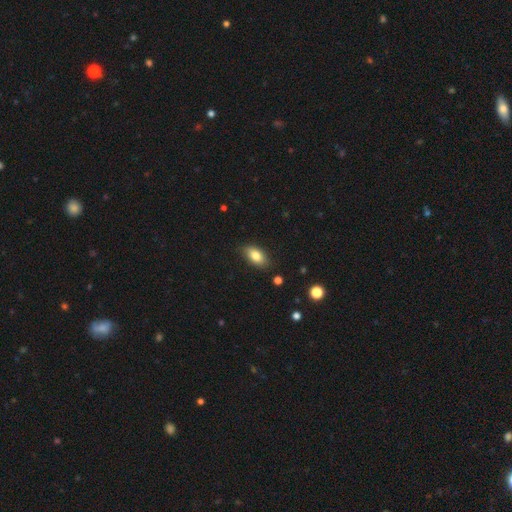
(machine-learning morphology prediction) Q: Smooth or featured?
A: smooth (82%); runner-up: featured or disk (10%)
Q: How rounded?
A: in between (90%); runner-up: round (5%)
Q: Merging?
A: none (81%); runner-up: minor disturbance (15%)